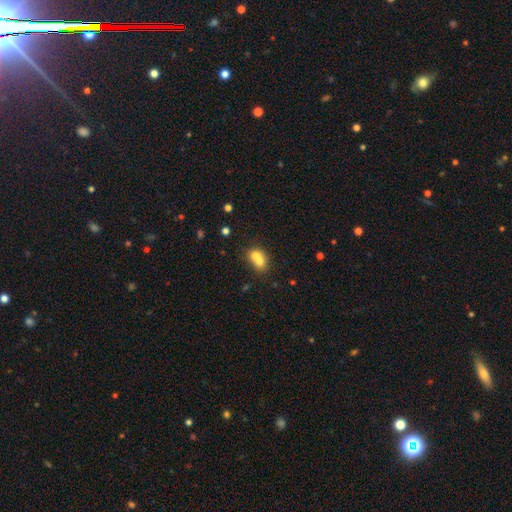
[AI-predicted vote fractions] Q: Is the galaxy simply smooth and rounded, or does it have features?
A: smooth — 68%.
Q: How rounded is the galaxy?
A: round — 52%.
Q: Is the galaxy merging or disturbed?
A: merger — 67%.